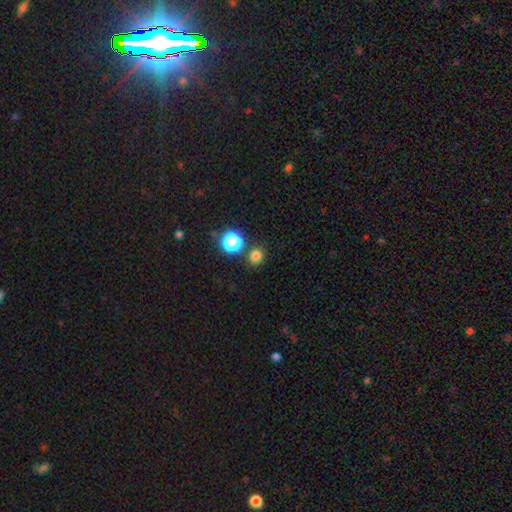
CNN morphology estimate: Smooth or featured: smooth — 77% (star or artifact — 18%)
How rounded: round — 79% (in between — 20%)
Merging: none — 81% (minor disturbance — 8%)